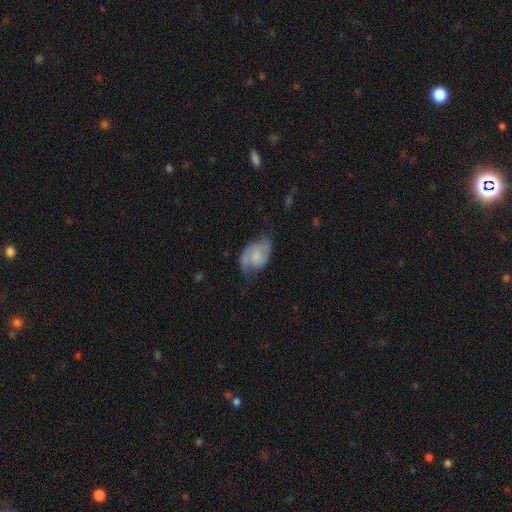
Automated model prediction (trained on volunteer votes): This appears to be a featured or disk galaxy (62%) with no bar (63%), 2 (77%) medium (44%) spiral arms (89%) and no central bulge (34%). Merging: none (48%).